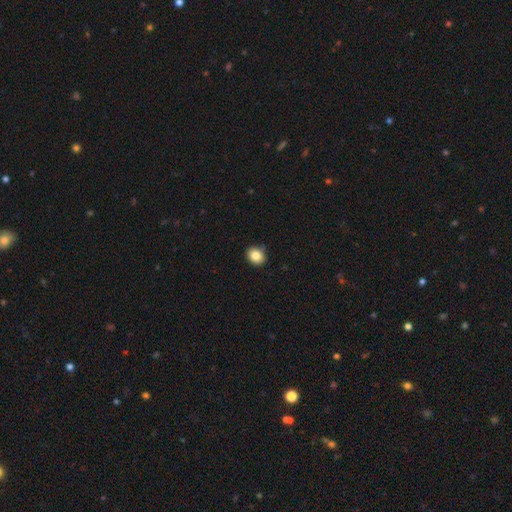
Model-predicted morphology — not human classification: smooth 84%, star or artifact 10%, featured or disk 7%. Down the decision tree: how rounded — round (64%); merging — none (86%).